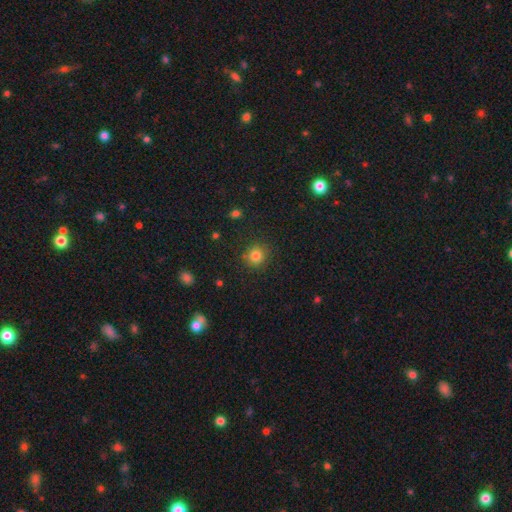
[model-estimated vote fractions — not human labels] This appears to be a smooth galaxy with no disk features (82%) that is round (90%). Merging: none (86%).